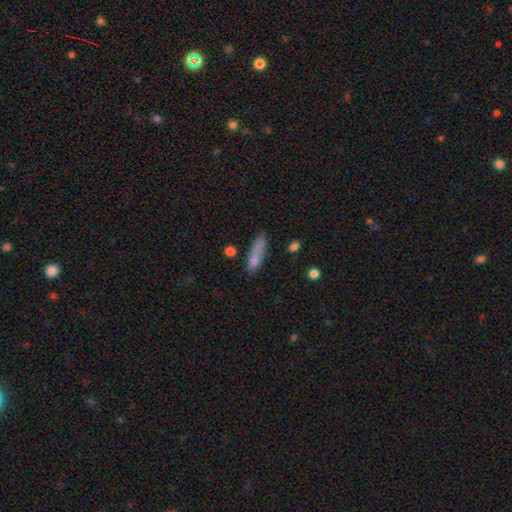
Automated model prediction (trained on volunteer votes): Smooth or featured? smooth (79%)
How rounded? cigar-shaped (67%)
Merging? none (64%)